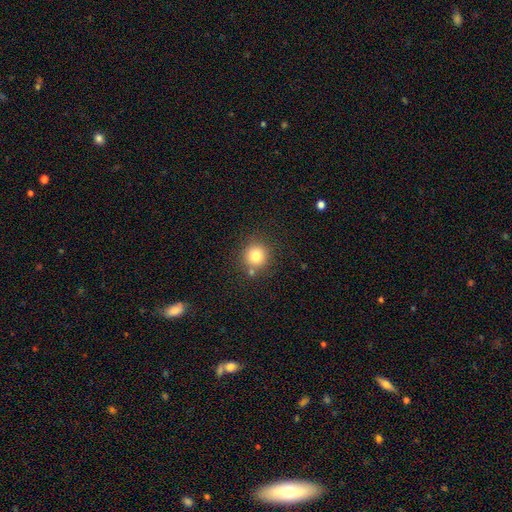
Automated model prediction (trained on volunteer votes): smooth_or_featured: smooth (p=0.79) [alt: star or artifact p=0.13]
how_rounded: round (p=0.93) [alt: in between p=0.07]
merging: none (p=0.79) [alt: minor disturbance p=0.10]